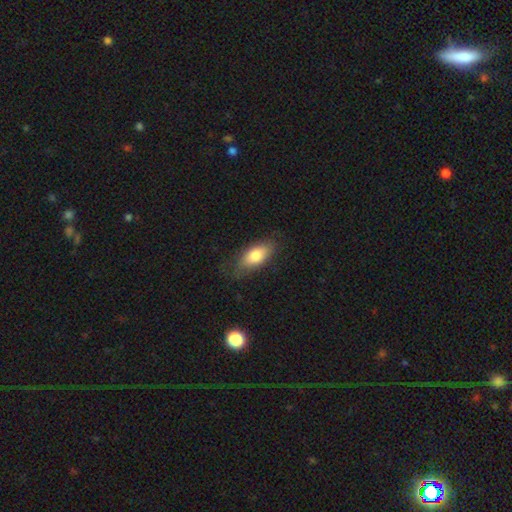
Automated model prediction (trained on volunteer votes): Smooth or featured? Predicted: smooth (p=0.76). How rounded? Predicted: in between (p=0.85). Merging? Predicted: none (p=0.73).